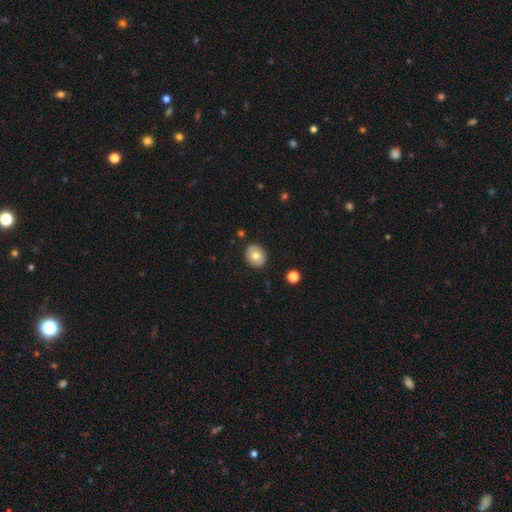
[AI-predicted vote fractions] smooth_or_featured: smooth (p=0.71) [alt: featured or disk p=0.20]
how_rounded: round (p=0.76) [alt: in between p=0.23]
merging: none (p=0.88) [alt: minor disturbance p=0.09]